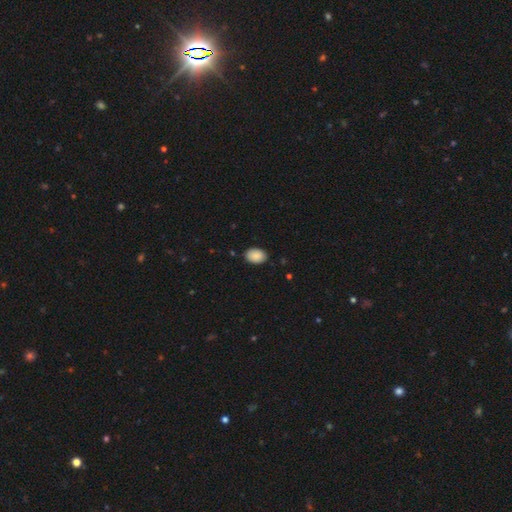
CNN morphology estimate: Q: Smooth or featured?
A: smooth (89%); runner-up: star or artifact (7%)
Q: How rounded?
A: in between (80%); runner-up: round (19%)
Q: Merging?
A: none (86%); runner-up: minor disturbance (11%)